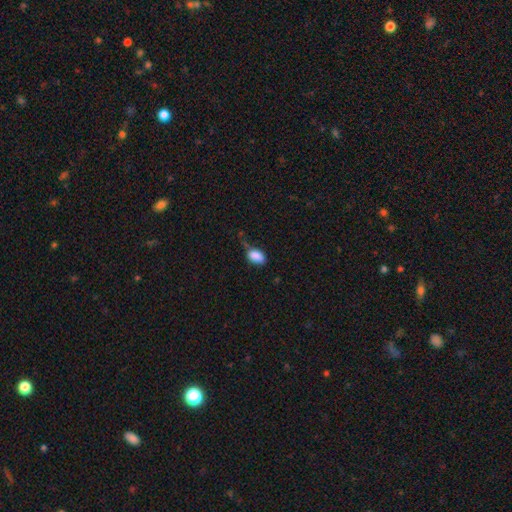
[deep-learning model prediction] A smooth galaxy with no disk features (87%) that is in between round and cigar-shaped (89%). Merging: none (51%).